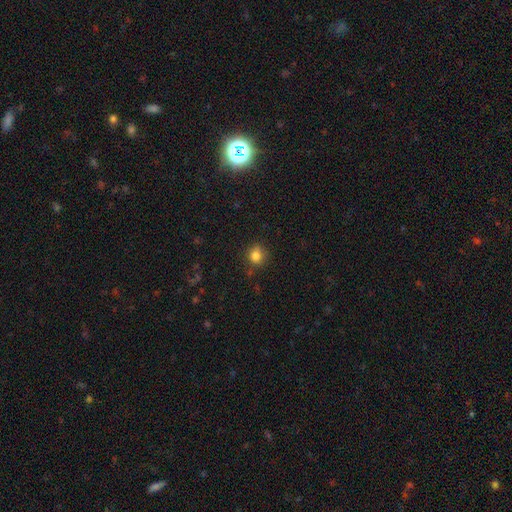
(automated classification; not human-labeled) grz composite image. It shows a smooth galaxy with no disk features (82%) that is round (80%). Merging: none (79%).